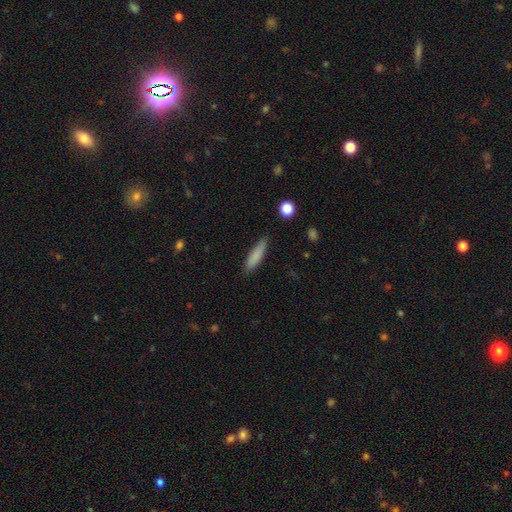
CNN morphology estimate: smooth_or_featured: smooth (p=0.83) [alt: featured or disk p=0.10]
how_rounded: cigar-shaped (p=0.75) [alt: in between p=0.24]
merging: none (p=0.86) [alt: minor disturbance p=0.11]